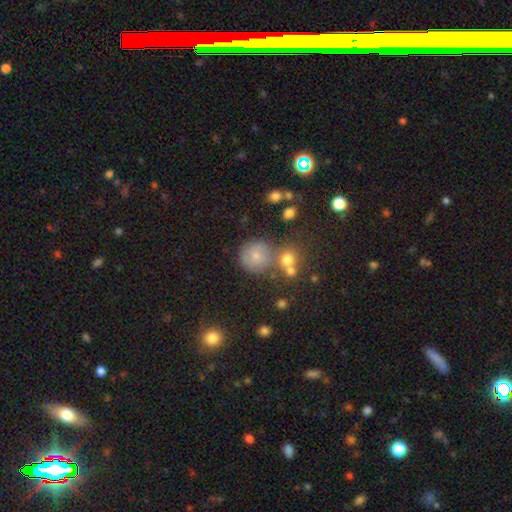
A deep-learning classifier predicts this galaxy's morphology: Smooth or featured: smooth — 66% (featured or disk — 22%)
How rounded: round — 89% (in between — 10%)
Merging: none — 61% (minor disturbance — 17%)